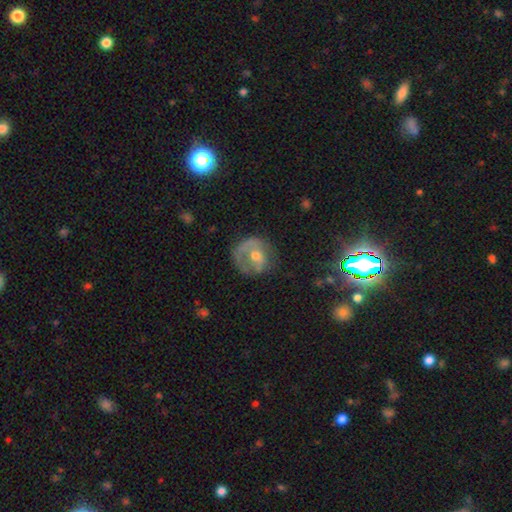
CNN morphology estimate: This appears to be a featured or disk galaxy (50%). Merging: none (51%).